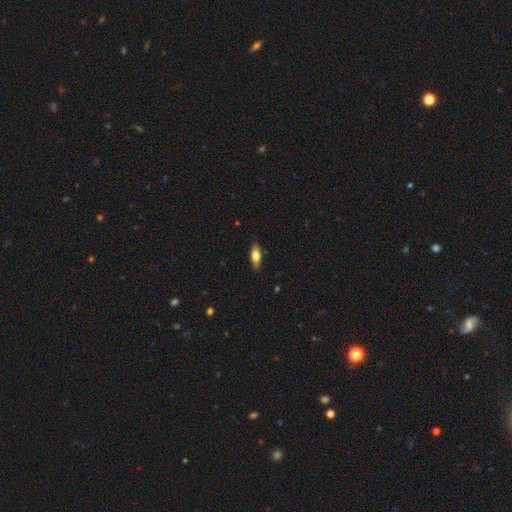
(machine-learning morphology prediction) Smooth or featured? smooth (68%)
How rounded? in between (72%)
Merging? none (87%)